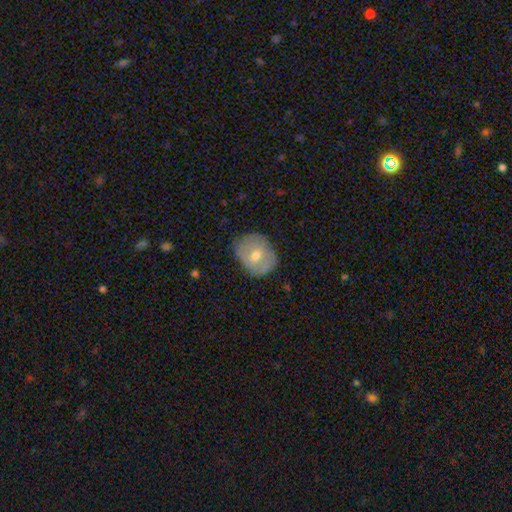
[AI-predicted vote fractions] Overall: smooth (58%; featured or disk 34%). How rounded: round (58%; in between 41%). Merging: none (73%).